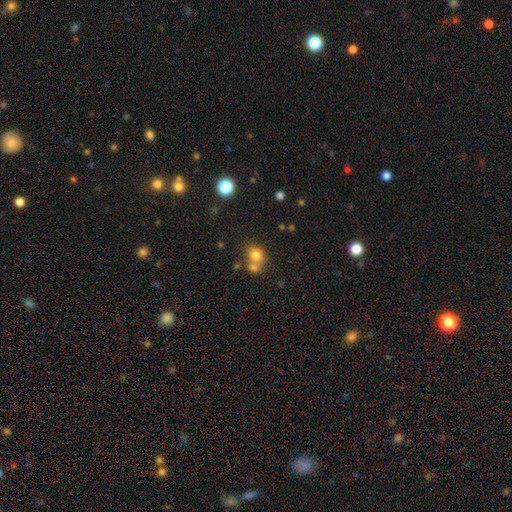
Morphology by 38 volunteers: Volunteers were most divided on "merging": none: 49%, merger: 46%, minor disturbance: 6%, major disturbance: 0%. More confident: smooth or featured — smooth (84%); how rounded — round (78%).